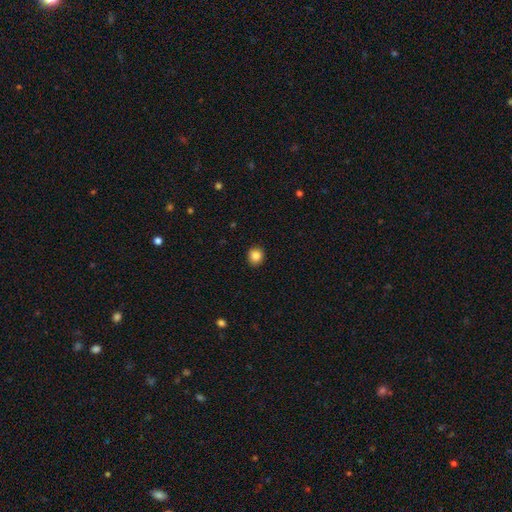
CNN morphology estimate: A smooth galaxy with no disk features (85%) that is round (86%). Merging: none (92%).